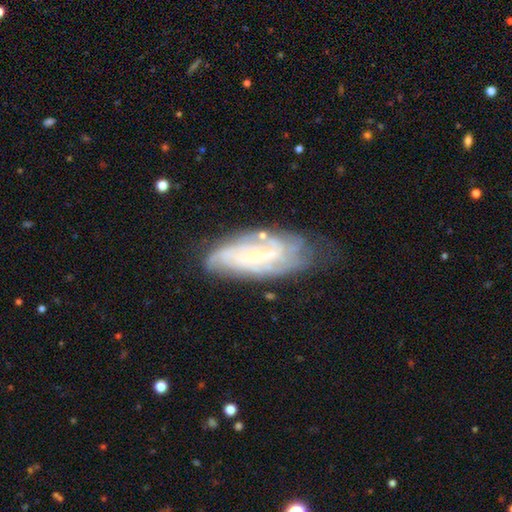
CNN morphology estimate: Smooth or featured? featured or disk (79%)
Edge-on disk? no (91%)
Bar? no (61%)
Spiral arms? yes (89%)
Spiral winding? tight (59%)
Spiral arm count? can't tell (44%)
Bulge size? small (77%)
Merging? none (64%)